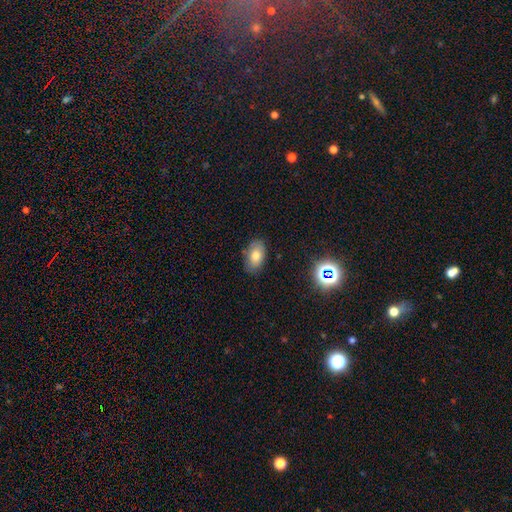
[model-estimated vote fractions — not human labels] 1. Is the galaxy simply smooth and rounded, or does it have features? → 75% smooth, 14% featured or disk, 11% star or artifact.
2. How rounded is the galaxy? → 91% in between, 7% round, 1% cigar-shaped.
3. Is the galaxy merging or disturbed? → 83% none, 13% minor disturbance, 3% major disturbance, 2% merger.